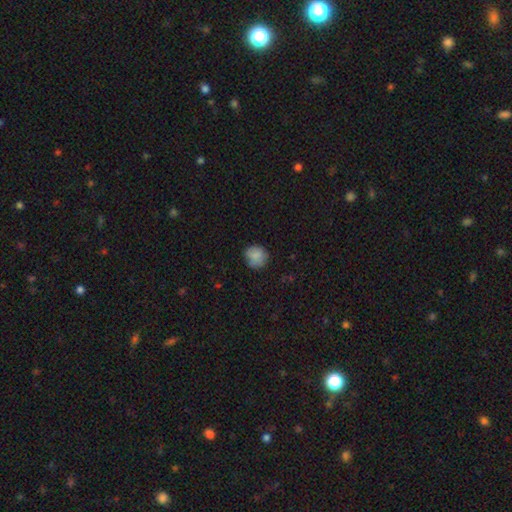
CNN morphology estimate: This appears to be a smooth galaxy with no disk features (83%) that is round (86%). Merging: none (72%).